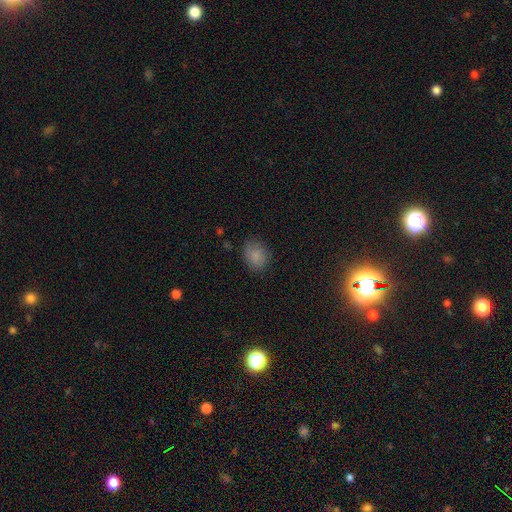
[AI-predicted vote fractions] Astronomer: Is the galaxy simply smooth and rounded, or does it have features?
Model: smooth — 85%.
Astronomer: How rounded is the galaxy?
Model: in between — 60% (runner-up: round, 39%).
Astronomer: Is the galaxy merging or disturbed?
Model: none — 80%.